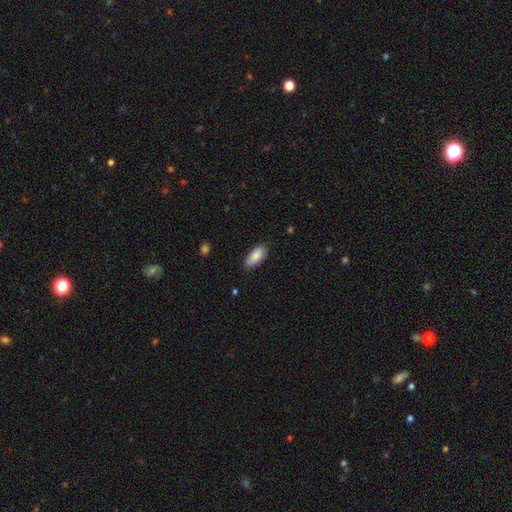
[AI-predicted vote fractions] Q: Smooth or featured?
A: smooth (86%); runner-up: featured or disk (7%)
Q: How rounded?
A: in between (87%); runner-up: cigar-shaped (11%)
Q: Merging?
A: none (81%); runner-up: minor disturbance (16%)